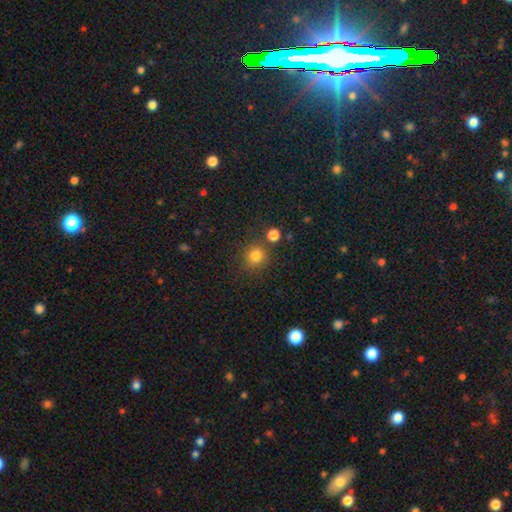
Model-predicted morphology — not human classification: Overall: smooth (83%). How rounded: round (91%). Merging: none (80%).